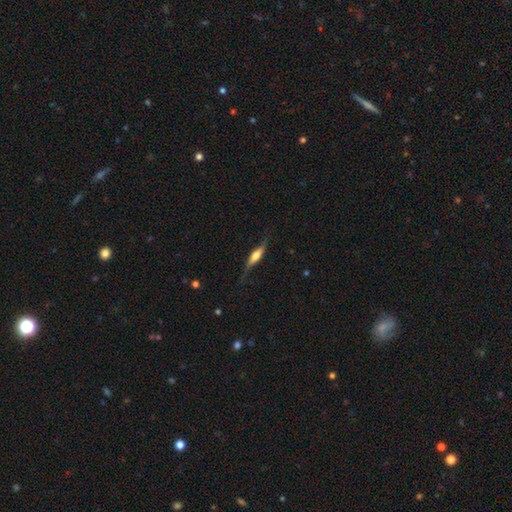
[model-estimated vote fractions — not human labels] Morphology: type=featured or disk (58%); edge-on=yes (84%); merging=none (64%).